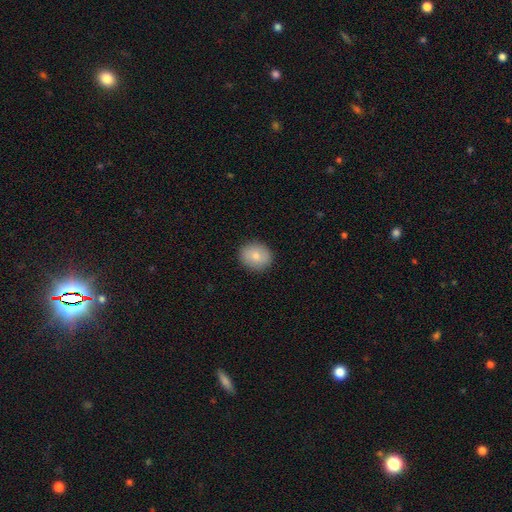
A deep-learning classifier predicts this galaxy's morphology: Q: Smooth or featured?
A: smooth (81%); runner-up: featured or disk (12%)
Q: How rounded?
A: round (72%); runner-up: in between (27%)
Q: Merging?
A: none (90%); runner-up: minor disturbance (8%)